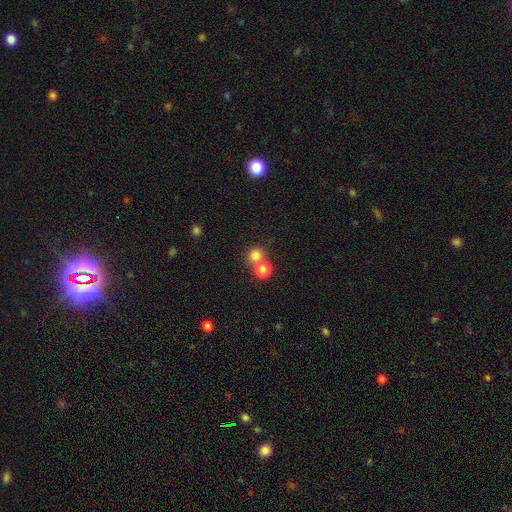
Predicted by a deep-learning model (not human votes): smooth 79%, star or artifact 14%, featured or disk 7%. Down the decision tree: how rounded — round (87%); merging — none (54%).